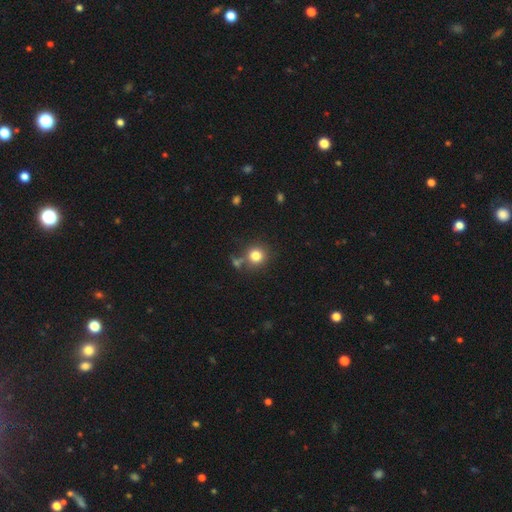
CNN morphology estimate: type=smooth (80%); roundness=round (91%); merging=none (73%).